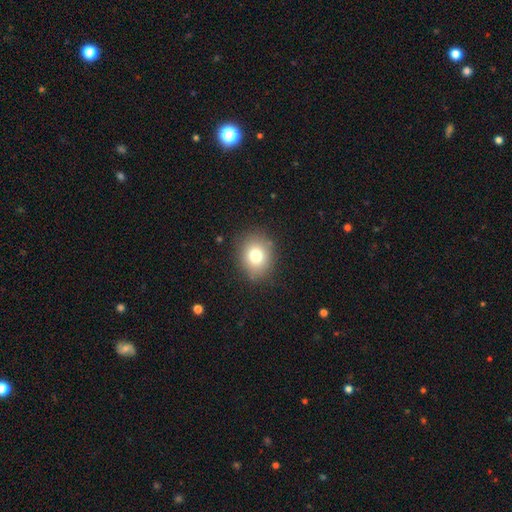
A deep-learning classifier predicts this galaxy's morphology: This appears to be a smooth galaxy with no disk features (76%) that is round (63%). Merging: none (85%).